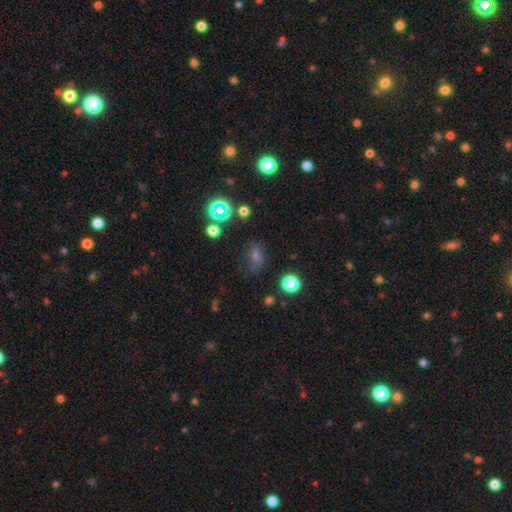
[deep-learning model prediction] Morphology: type=smooth (50%); merging=none (65%).